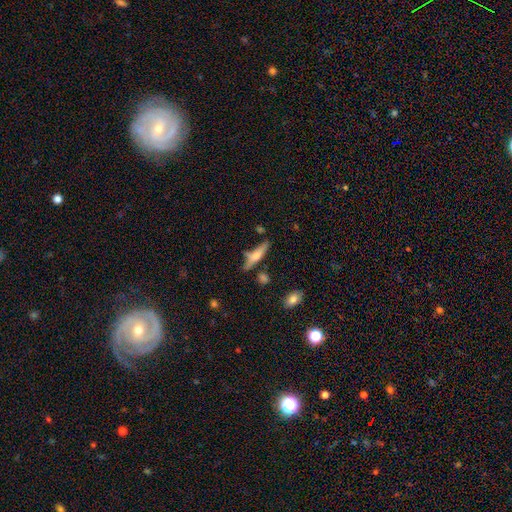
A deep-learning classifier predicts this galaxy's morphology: The model was most divided on "smooth or featured": smooth: 51%, featured or disk: 41%, star or artifact: 8%. More confident: how rounded — cigar-shaped (80%); merging — none (63%).